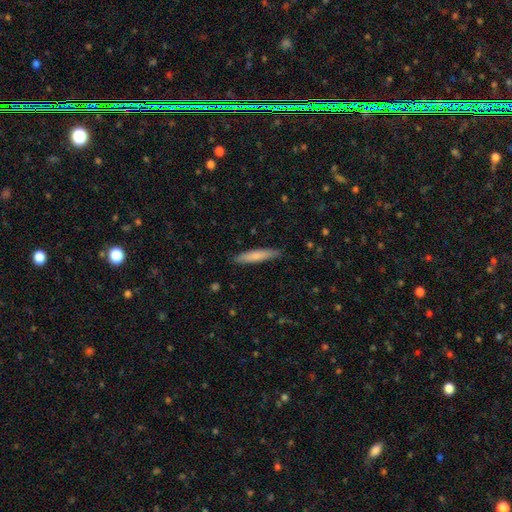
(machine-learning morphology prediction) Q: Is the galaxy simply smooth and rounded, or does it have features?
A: smooth — 77%.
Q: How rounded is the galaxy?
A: cigar-shaped — 91%.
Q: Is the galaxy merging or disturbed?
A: none — 88%.